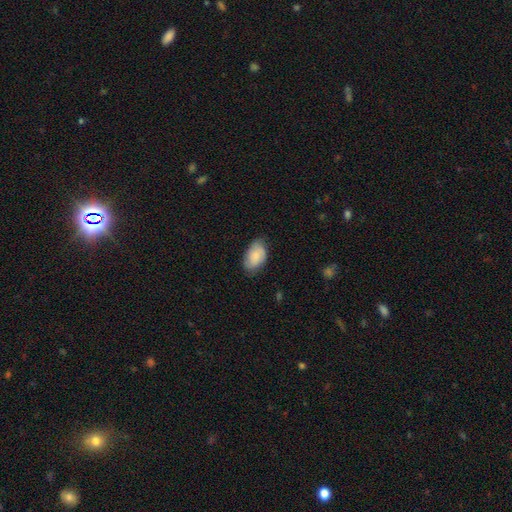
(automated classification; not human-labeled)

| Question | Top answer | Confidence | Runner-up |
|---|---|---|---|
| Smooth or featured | smooth | 71% | featured or disk (23%) |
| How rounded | in between | 92% | round (6%) |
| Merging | none | 69% | minor disturbance (25%) |